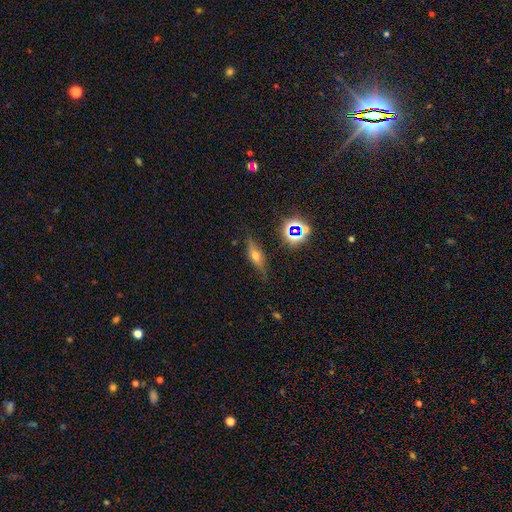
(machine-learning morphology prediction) smooth-or-featured: smooth: 42% | featured or disk: 41% | star or artifact: 17%
  merging: none: 77% | minor disturbance: 16% | major disturbance: 4% | merger: 2%